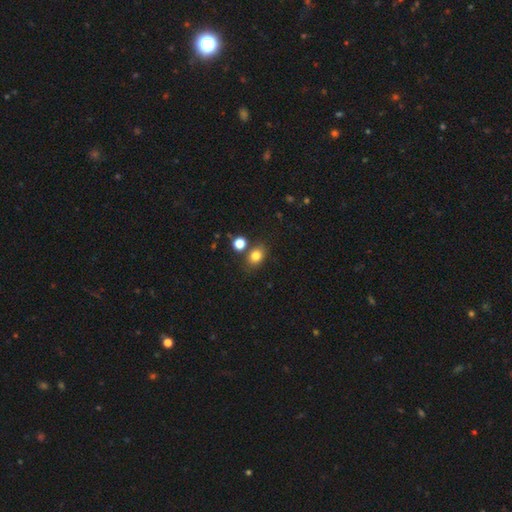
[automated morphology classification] A smooth galaxy with no disk features (80%) that is in between round and cigar-shaped (58%). Merging: none (70%).